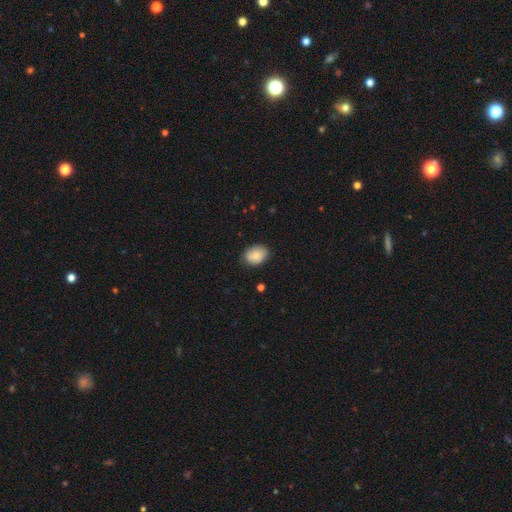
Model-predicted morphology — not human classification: Smooth or featured?
  - smooth: 85% *
  - featured or disk: 8%
  - star or artifact: 7%
How rounded?
  - in between: 78% *
  - round: 21%
  - cigar-shaped: 1%
Merging?
  - none: 82% *
  - minor disturbance: 14%
  - major disturbance: 3%
  - merger: 1%